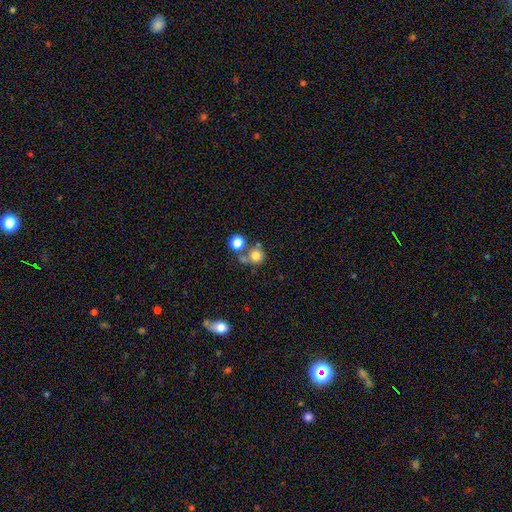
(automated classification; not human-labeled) Smooth or featured? smooth (78%)
How rounded? round (89%)
Merging? none (54%)